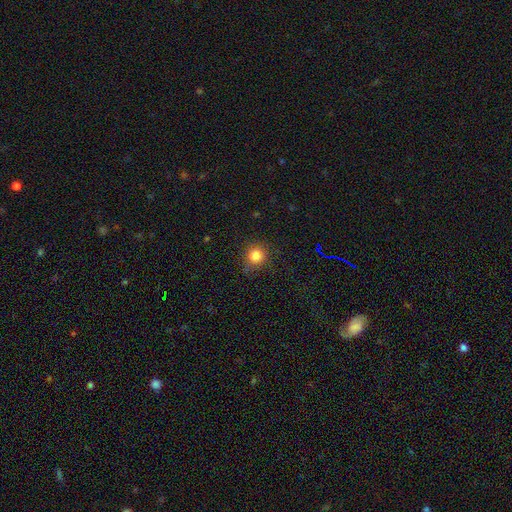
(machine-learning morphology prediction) type=smooth (83%); roundness=round (90%); merging=none (83%).